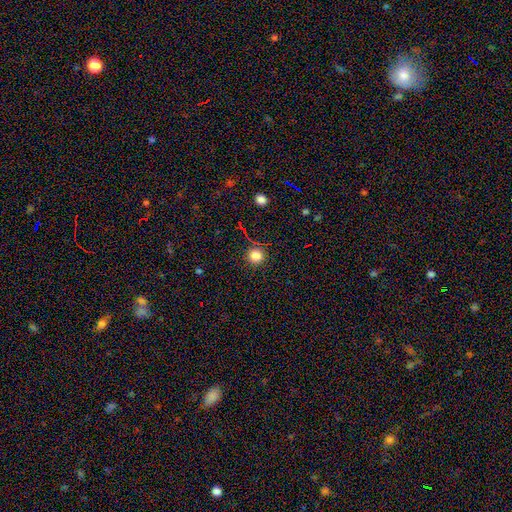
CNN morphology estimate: smooth-or-featured: smooth: 81% | star or artifact: 14% | featured or disk: 5%
  how-rounded: round: 95% | in between: 4% | cigar-shaped: 1%
  merging: none: 90% | minor disturbance: 6% | major disturbance: 2% | merger: 1%